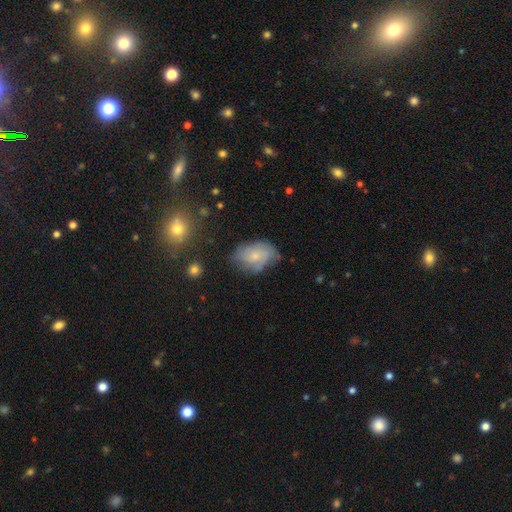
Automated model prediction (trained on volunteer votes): The model was most divided on "smooth or featured": smooth: 58%, featured or disk: 33%, star or artifact: 9%. More confident: how rounded — in between (80%); merging — none (55%).